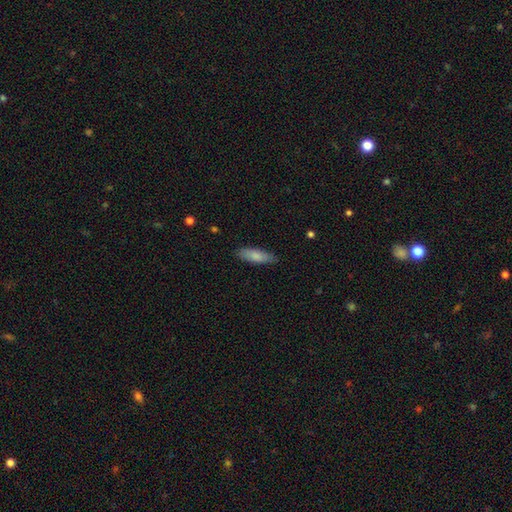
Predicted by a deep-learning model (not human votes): Q: Smooth or featured?
A: smooth (82%); runner-up: featured or disk (13%)
Q: How rounded?
A: in between (54%); runner-up: cigar-shaped (45%)
Q: Merging?
A: none (84%); runner-up: minor disturbance (13%)